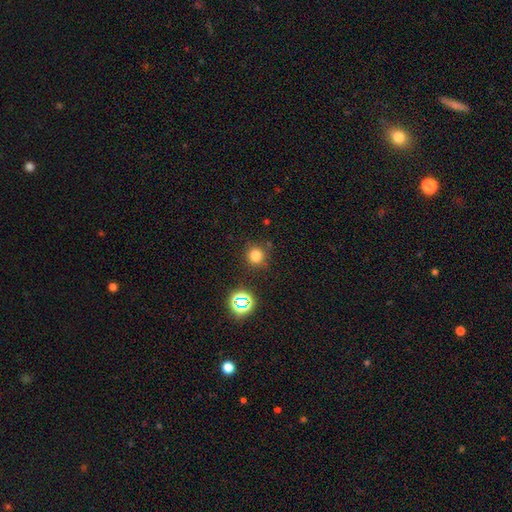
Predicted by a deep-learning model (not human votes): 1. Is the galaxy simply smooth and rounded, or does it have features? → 76% smooth, 19% star or artifact, 5% featured or disk.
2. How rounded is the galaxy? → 92% round, 7% in between, 1% cigar-shaped.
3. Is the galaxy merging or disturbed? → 84% none, 9% minor disturbance, 3% major disturbance, 3% merger.